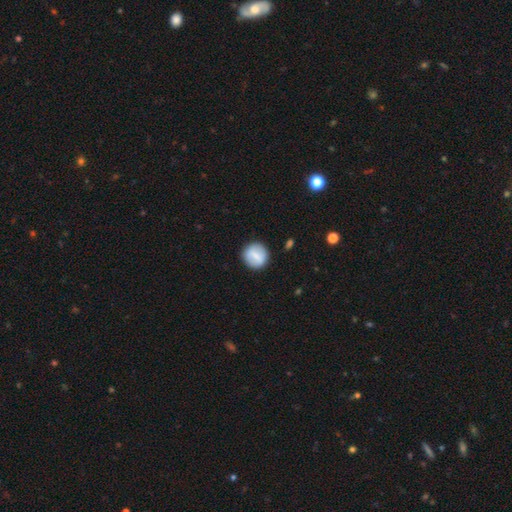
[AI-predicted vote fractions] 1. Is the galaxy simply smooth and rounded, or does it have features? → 69% smooth, 24% featured or disk, 7% star or artifact.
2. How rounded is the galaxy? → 88% round, 11% in between, 1% cigar-shaped.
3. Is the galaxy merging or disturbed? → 88% none, 8% minor disturbance, 3% major disturbance, 1% merger.